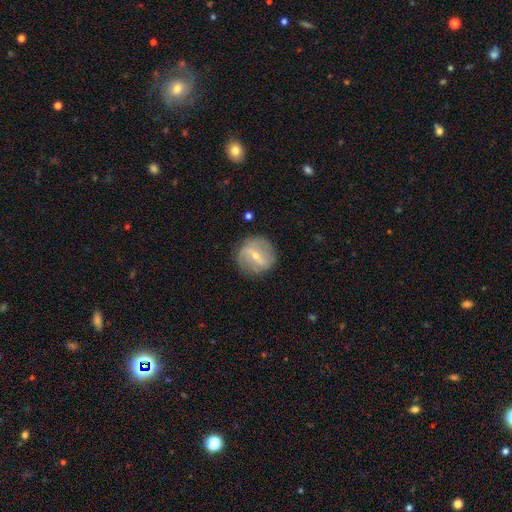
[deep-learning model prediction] Smooth or featured? Predicted: featured or disk (p=0.69). Edge-on disk? Predicted: no (p=0.95). Bar? Predicted: weak (p=0.43). Spiral arms? Predicted: yes (p=0.70). Bulge size? Predicted: small (p=0.60). Merging? Predicted: none (p=0.80).